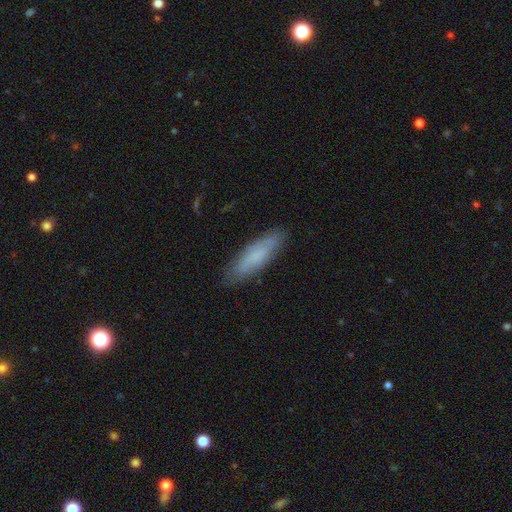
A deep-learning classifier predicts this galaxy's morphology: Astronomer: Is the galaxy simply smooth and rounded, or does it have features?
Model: smooth — 72%.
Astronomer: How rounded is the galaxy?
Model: cigar-shaped — 66%.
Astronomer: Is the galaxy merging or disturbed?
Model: none — 84%.